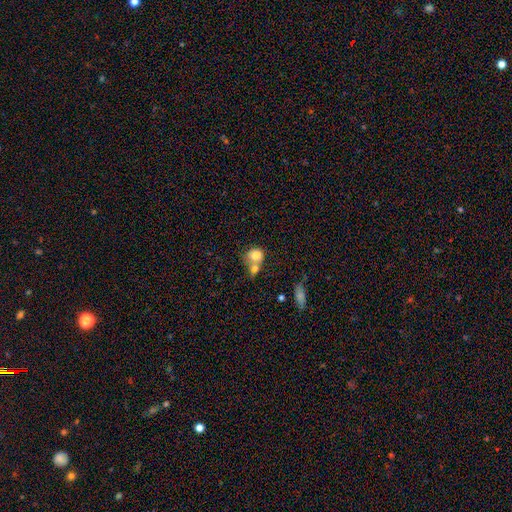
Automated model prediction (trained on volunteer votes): This appears to be a smooth galaxy with no disk features (79%) that is round (61%). Merging: merger (57%).